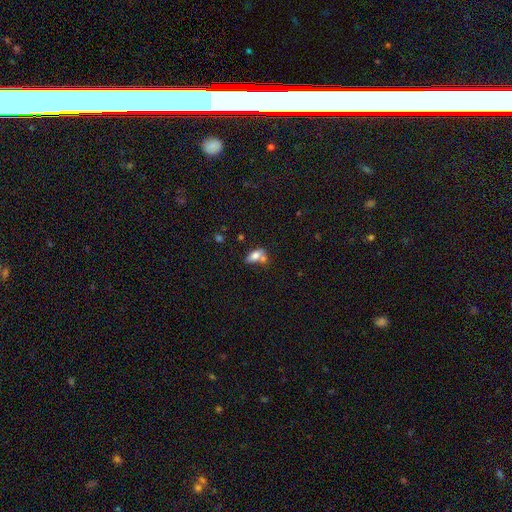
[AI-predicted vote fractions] Smooth or featured? smooth (72%)
How rounded? in between (84%)
Merging? merger (40%)